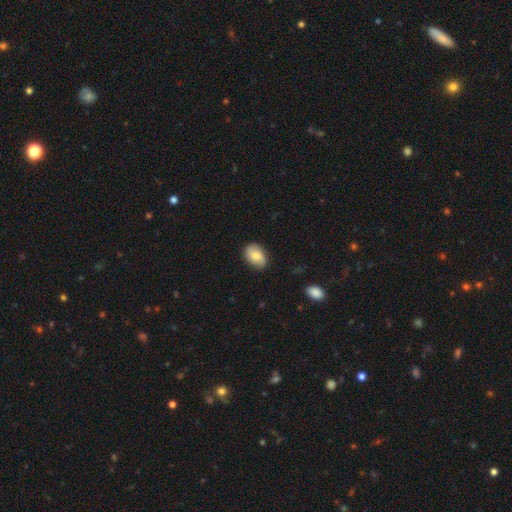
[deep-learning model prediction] Overall: smooth (75%). How rounded: in between (87%). Merging: none (81%).